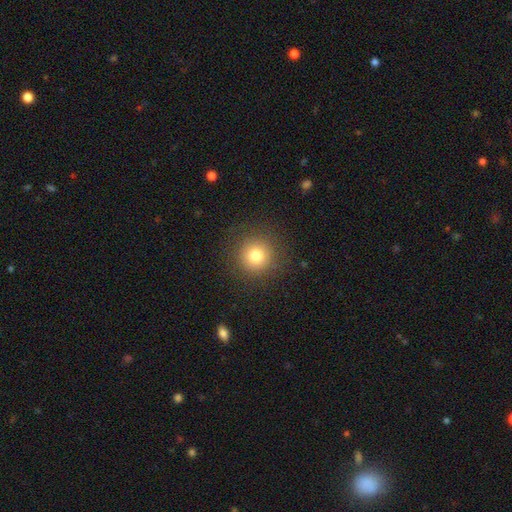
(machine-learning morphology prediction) This appears to be a smooth galaxy with no disk features (79%) that is round (95%). Merging: none (88%).